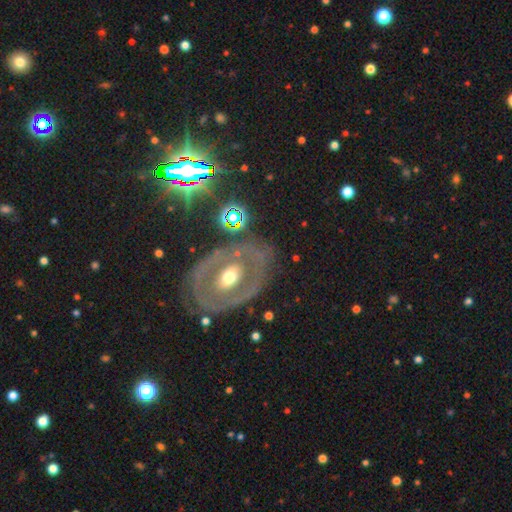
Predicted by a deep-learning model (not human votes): featured or disk 73%, smooth 14%, star or artifact 12%. Down the decision tree: edge-on disk — no (93%); bar — no (46%); spiral arms — yes (52%); bulge size — moderate (65%); merging — none (76%).